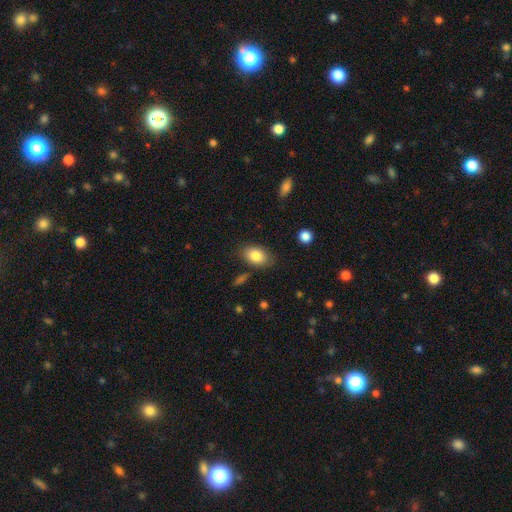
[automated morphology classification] type=smooth (84%); roundness=in between (89%); merging=none (77%).